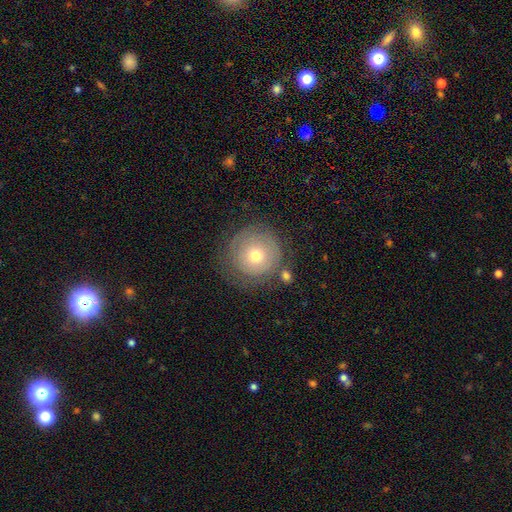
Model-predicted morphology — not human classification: This appears to be a smooth galaxy with no disk features (56%) that is round (94%). Merging: none (70%).